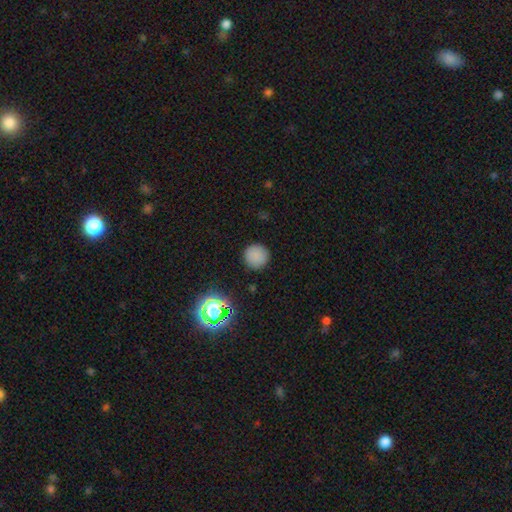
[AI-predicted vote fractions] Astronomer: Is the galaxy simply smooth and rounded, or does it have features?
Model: smooth — 81%.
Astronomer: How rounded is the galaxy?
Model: round — 95%.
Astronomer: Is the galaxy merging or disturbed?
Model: none — 91%.